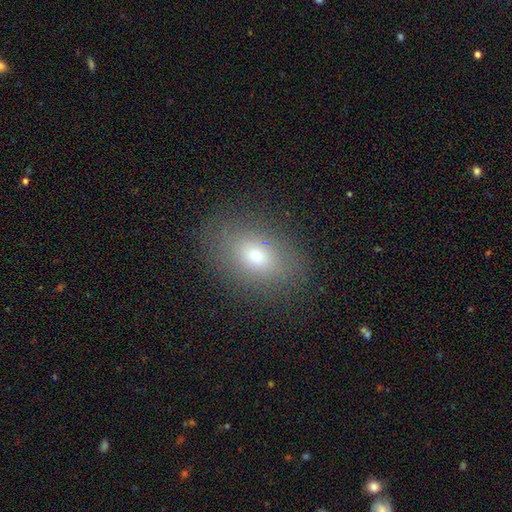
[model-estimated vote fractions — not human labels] Overall: smooth (71%). How rounded: in between (82%). Merging: none (83%).